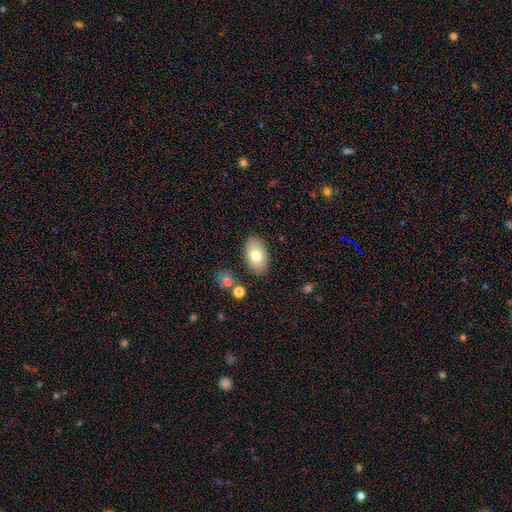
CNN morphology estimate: smooth-or-featured: smooth: 72% | featured or disk: 21% | star or artifact: 7%
  how-rounded: in between: 93% | round: 6% | cigar-shaped: 1%
  merging: none: 85% | minor disturbance: 10% | merger: 3% | major disturbance: 2%